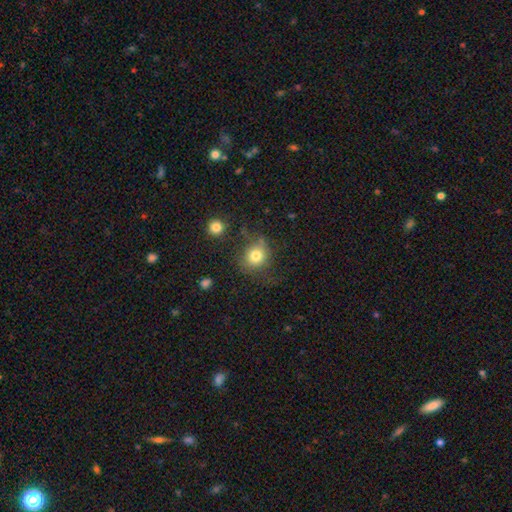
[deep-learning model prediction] smooth-or-featured: smooth: 78% | star or artifact: 12% | featured or disk: 9%
  how-rounded: round: 79% | in between: 20% | cigar-shaped: 1%
  merging: none: 68% | minor disturbance: 18% | major disturbance: 9% | merger: 5%